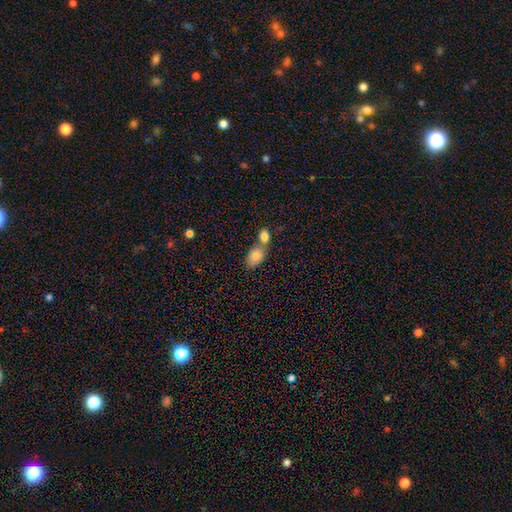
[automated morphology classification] The model was most divided on "merging": merger: 52%, none: 36%, minor disturbance: 9%, major disturbance: 3%. More confident: how rounded — in between (83%); smooth or featured — smooth (81%).